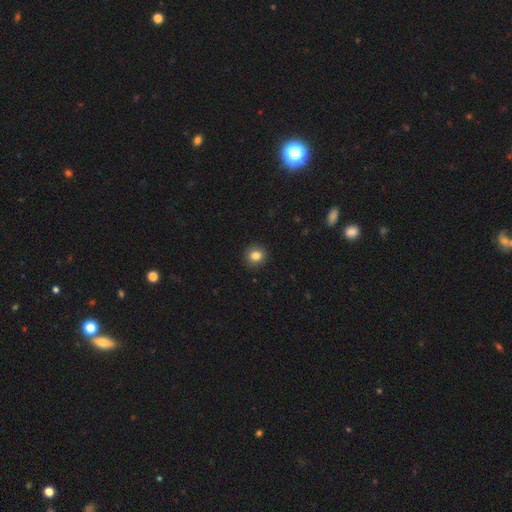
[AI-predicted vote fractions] This is clearly a smooth galaxy (84%). How rounded: clearly round (85%). Merging: clearly none (91%).